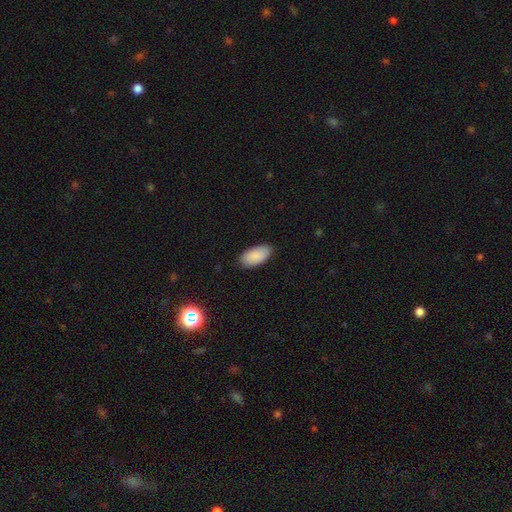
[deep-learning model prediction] The model was most divided on "merging": none: 86%, minor disturbance: 11%, major disturbance: 2%, merger: 1%. More confident: how rounded — in between (95%); smooth or featured — smooth (90%).